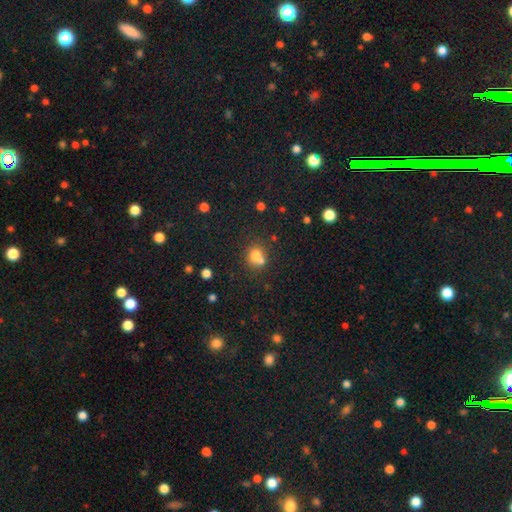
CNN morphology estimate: A smooth galaxy with no disk features (72%) that is round (77%). Merging: none (45%).